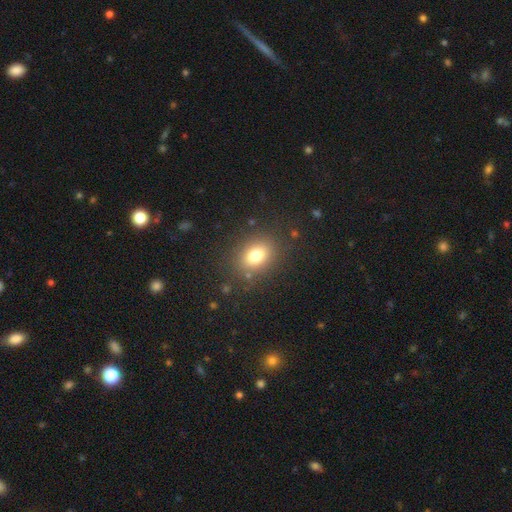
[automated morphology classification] Overall: smooth (77%). How rounded: in between (59%; round 40%). Merging: none (83%).